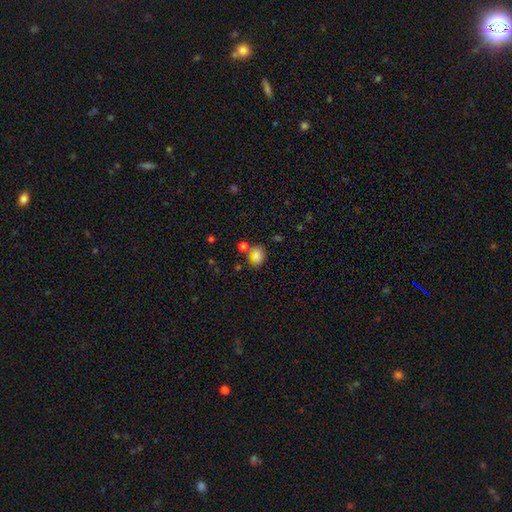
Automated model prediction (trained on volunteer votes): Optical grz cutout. It shows a smooth galaxy with no disk features (75%) that is in between round and cigar-shaped (61%). Merging: none (55%).